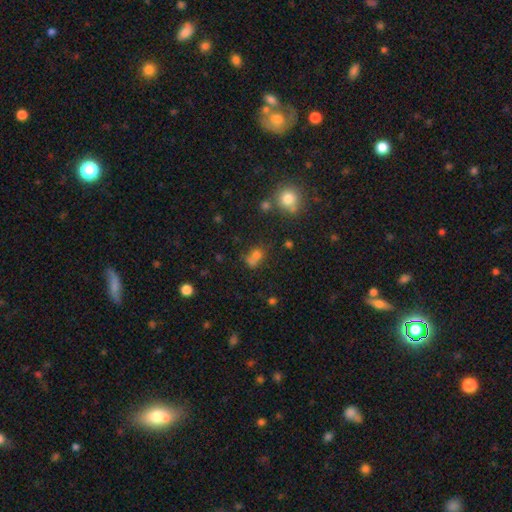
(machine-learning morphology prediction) A smooth galaxy with no disk features (69%) that is round (66%).

Vote fractions:
- Smooth or featured? smooth: 69% / star or artifact: 19% / featured or disk: 12%
- How rounded? round: 66% / in between: 32% / cigar-shaped: 2%
- Merging? merger: 41% (tied) / none: 41% (tied) / minor disturbance: 11% / major disturbance: 7%